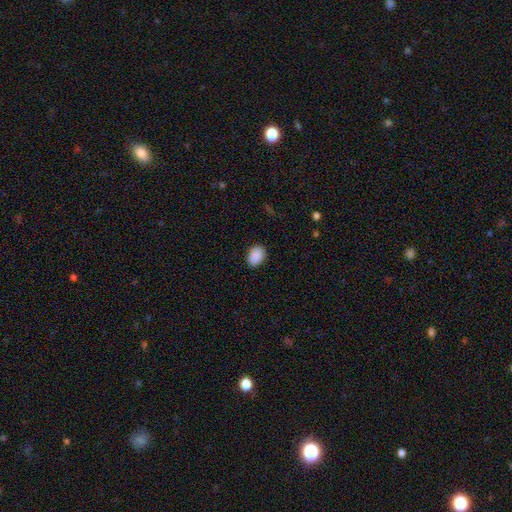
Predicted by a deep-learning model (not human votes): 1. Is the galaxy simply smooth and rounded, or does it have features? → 90% smooth, 7% star or artifact, 2% featured or disk.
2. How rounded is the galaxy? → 76% in between, 23% round, 1% cigar-shaped.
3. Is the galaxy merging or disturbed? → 89% none, 8% minor disturbance, 2% major disturbance, 1% merger.